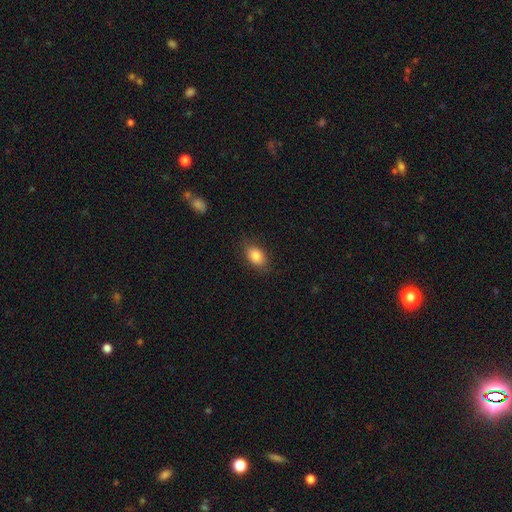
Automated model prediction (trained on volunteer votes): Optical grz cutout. It shows a smooth galaxy with no disk features (85%) that is in between round and cigar-shaped (83%). Merging: none (83%).